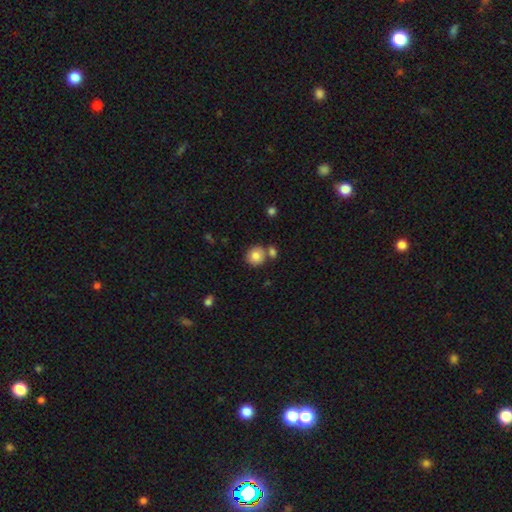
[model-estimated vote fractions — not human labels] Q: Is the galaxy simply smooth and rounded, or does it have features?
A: smooth — 81%.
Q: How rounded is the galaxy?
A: round — 86%.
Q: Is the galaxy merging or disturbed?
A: none — 68%.